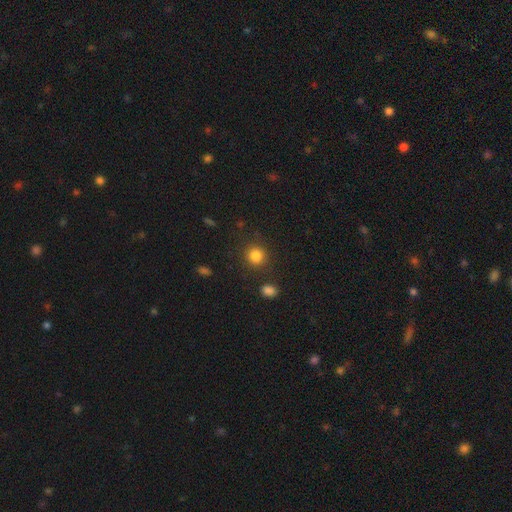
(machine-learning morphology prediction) Smooth or featured?
  - smooth: 84% *
  - star or artifact: 11%
  - featured or disk: 5%
How rounded?
  - round: 89% *
  - in between: 11%
  - cigar-shaped: 1%
Merging?
  - none: 85% *
  - minor disturbance: 8%
  - merger: 4%
  - major disturbance: 3%